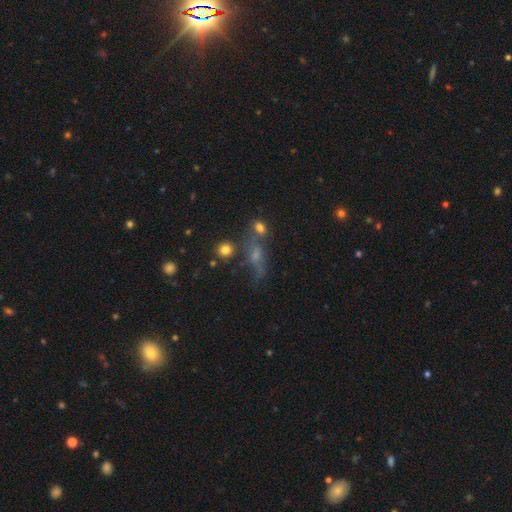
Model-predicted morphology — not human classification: smooth-or-featured: smooth: 44% | featured or disk: 31% | star or artifact: 25%
  merging: none: 46% | minor disturbance: 19% | merger: 17% | major disturbance: 17%